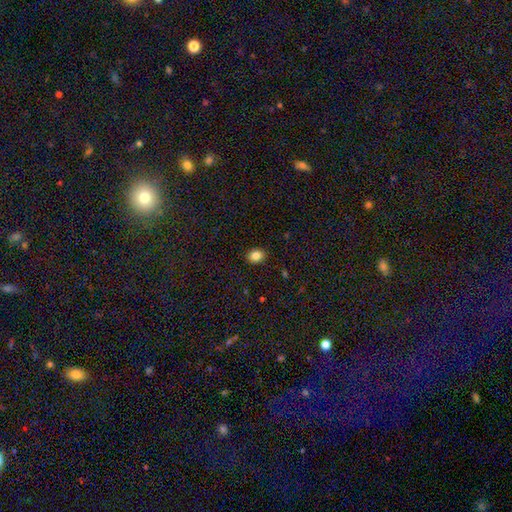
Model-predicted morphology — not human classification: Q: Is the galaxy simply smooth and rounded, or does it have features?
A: smooth — 85%.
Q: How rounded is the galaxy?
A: round — 50%.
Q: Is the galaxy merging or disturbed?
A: none — 90%.